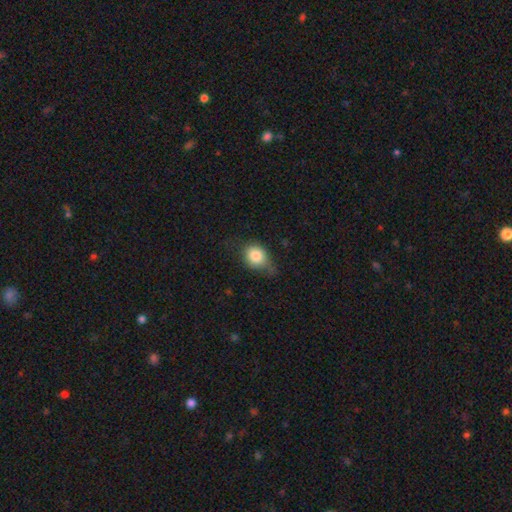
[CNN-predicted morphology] smooth_or_featured: smooth (p=0.79) [alt: featured or disk p=0.12]
how_rounded: round (p=0.61) [alt: in between p=0.37]
merging: minor disturbance (p=0.41) [tied with: none p=0.41]